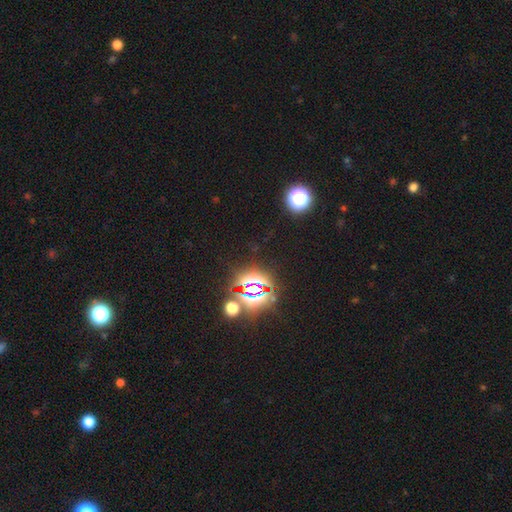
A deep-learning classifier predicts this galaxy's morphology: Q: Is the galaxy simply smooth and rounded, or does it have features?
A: star or artifact — 82%.